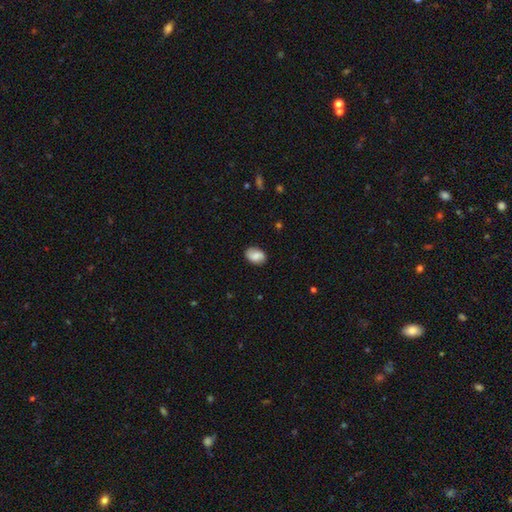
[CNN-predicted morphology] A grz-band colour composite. It shows a smooth galaxy with no disk features (76%) that is in between round and cigar-shaped (82%). Merging: none (81%).